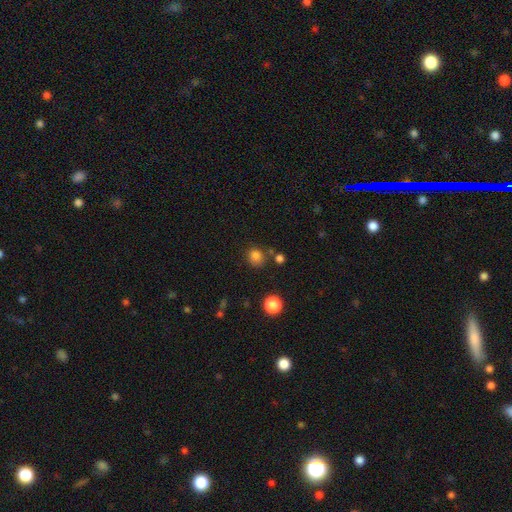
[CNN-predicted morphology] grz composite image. It shows a smooth galaxy with no disk features (81%) that is round (85%). Merging: none (75%).